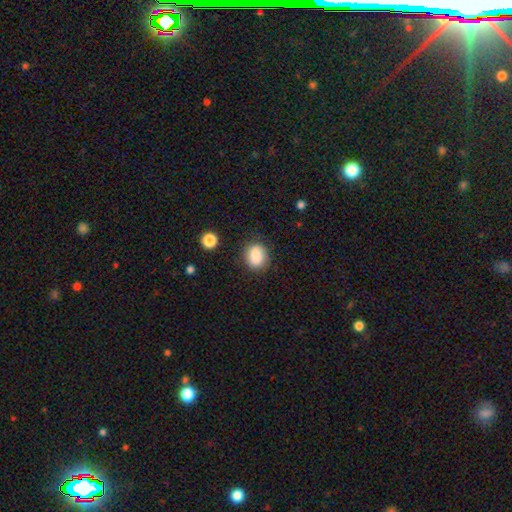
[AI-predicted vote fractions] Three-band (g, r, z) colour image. It shows a smooth galaxy with no disk features (86%) that is round (55%). Merging: none (81%).